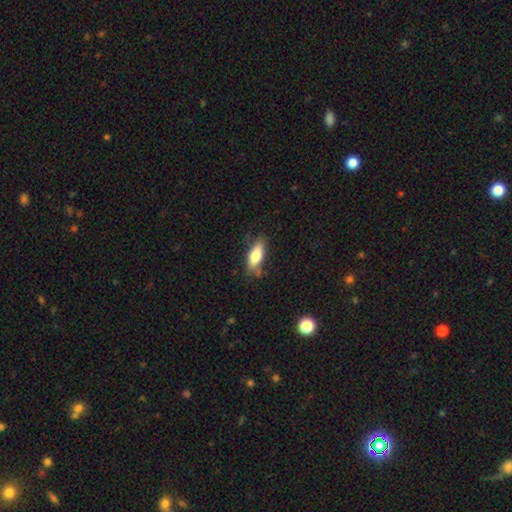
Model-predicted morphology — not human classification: This appears to be a smooth galaxy with no disk features (73%) that is in between round and cigar-shaped (71%). Merging: none (73%).